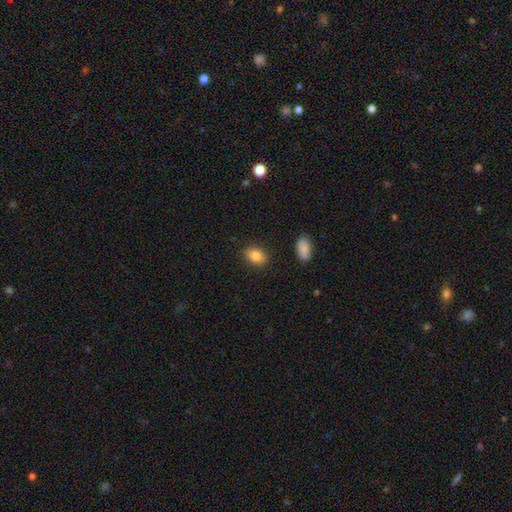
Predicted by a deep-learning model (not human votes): Smooth or featured?
  - smooth: 85% *
  - star or artifact: 8%
  - featured or disk: 7%
How rounded?
  - in between: 83% *
  - round: 14%
  - cigar-shaped: 2%
Merging?
  - none: 86% *
  - minor disturbance: 9%
  - major disturbance: 2%
  - merger: 2%